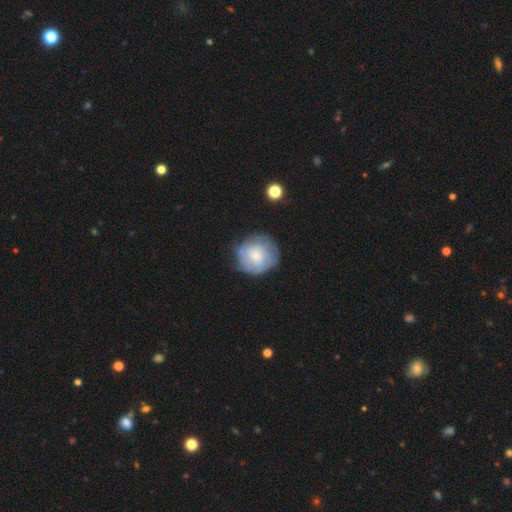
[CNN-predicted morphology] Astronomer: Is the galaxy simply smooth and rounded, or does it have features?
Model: smooth — 55% (runner-up: featured or disk, 37%).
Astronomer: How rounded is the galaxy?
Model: round — 89%.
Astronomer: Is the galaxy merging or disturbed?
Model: none — 64%.